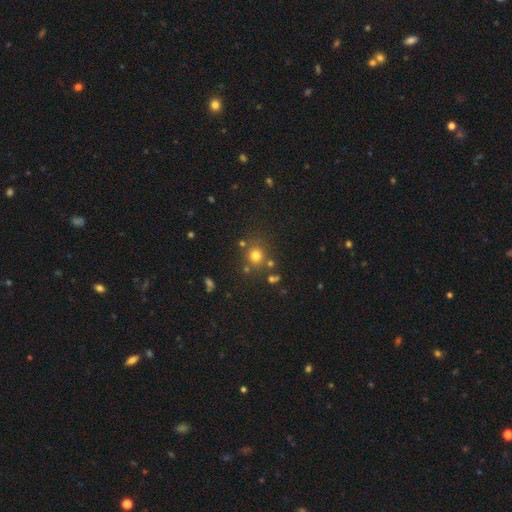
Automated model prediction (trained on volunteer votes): Smooth or featured? Predicted: smooth (p=0.73). How rounded? Predicted: round (p=0.87). Merging? Predicted: none (p=0.76).